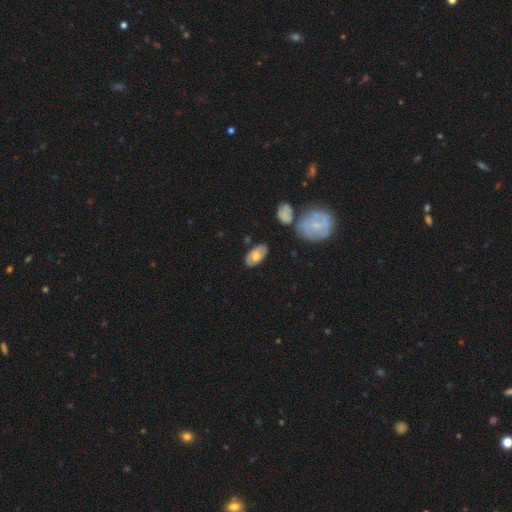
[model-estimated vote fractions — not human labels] A smooth galaxy with no disk features (59%) that is in between round and cigar-shaped (93%). Merging: none (78%).